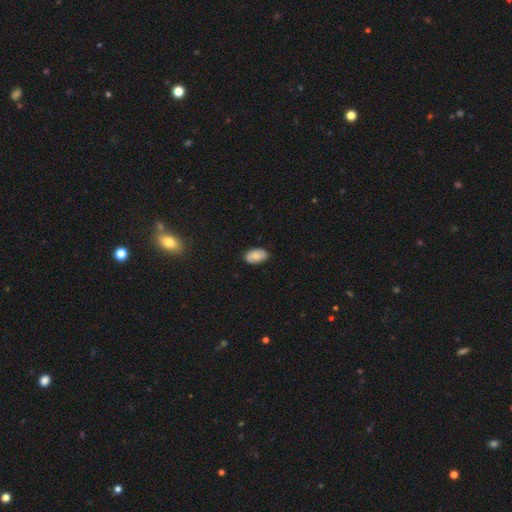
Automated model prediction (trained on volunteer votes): Smooth or featured? Predicted: smooth (p=0.79). How rounded? Predicted: in between (p=0.93). Merging? Predicted: none (p=0.83).